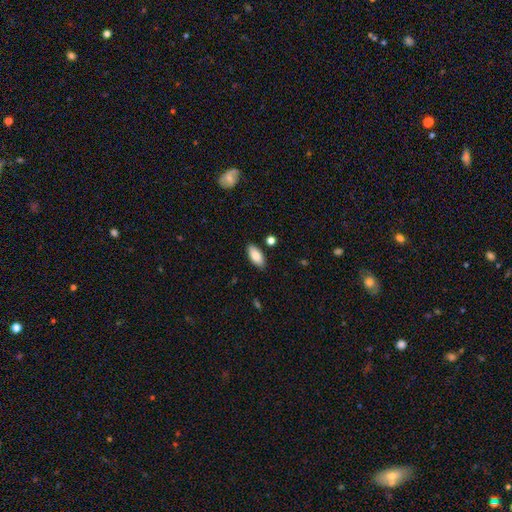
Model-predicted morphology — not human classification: A smooth galaxy with no disk features (84%) that is in between round and cigar-shaped (87%).

Vote fractions:
- Smooth or featured? smooth: 84% / featured or disk: 10% / star or artifact: 7%
- How rounded? in between: 87% / cigar-shaped: 11% / round: 2%
- Merging? none: 86% / minor disturbance: 9% / merger: 2% / major disturbance: 2%